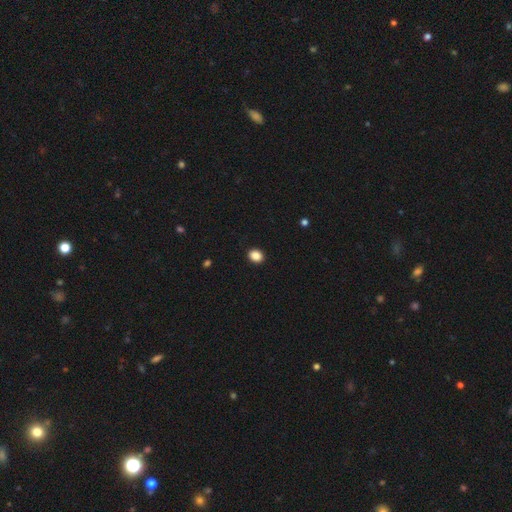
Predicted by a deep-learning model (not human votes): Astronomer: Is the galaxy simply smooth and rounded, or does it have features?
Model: smooth — 88%.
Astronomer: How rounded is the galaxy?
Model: round — 56% (runner-up: in between, 43%).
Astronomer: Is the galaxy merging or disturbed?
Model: none — 92%.